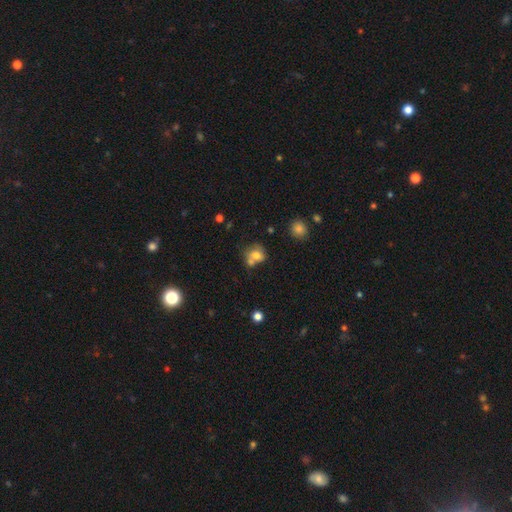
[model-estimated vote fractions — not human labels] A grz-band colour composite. It shows a smooth galaxy with no disk features (74%) that is round (69%). Merging: none (41%).